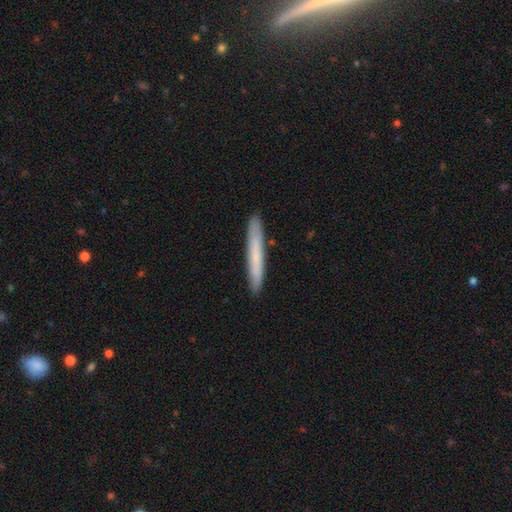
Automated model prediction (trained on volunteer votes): Smooth or featured? Predicted: smooth (p=0.67). How rounded? Predicted: cigar-shaped (p=0.96). Merging? Predicted: none (p=0.90).